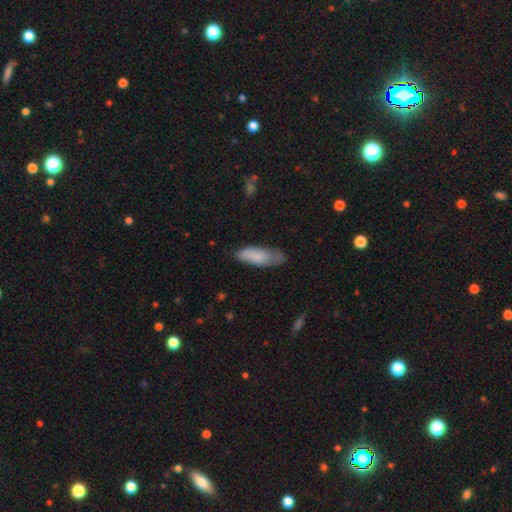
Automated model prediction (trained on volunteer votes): A smooth galaxy with no disk features (81%) that is in between round and cigar-shaped (63%). Merging: none (57%).